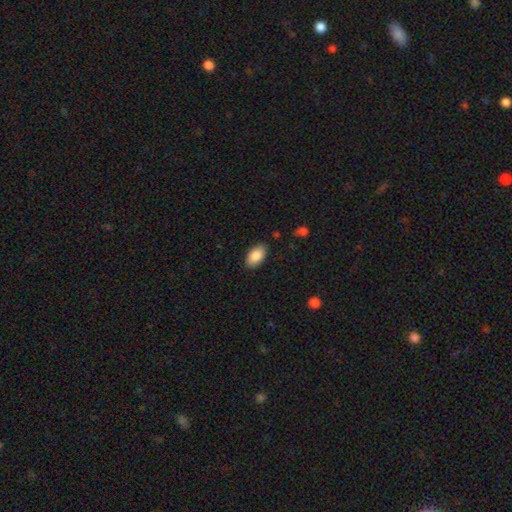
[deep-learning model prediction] Morphology: type=smooth (89%); roundness=in between (95%); merging=none (87%).